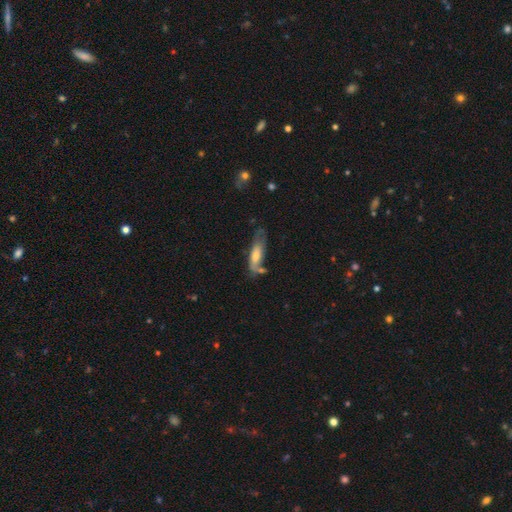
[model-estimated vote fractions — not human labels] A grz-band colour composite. It shows a smooth galaxy with no disk features (55%) that is cigar-shaped (53%). Merging: none (45%).